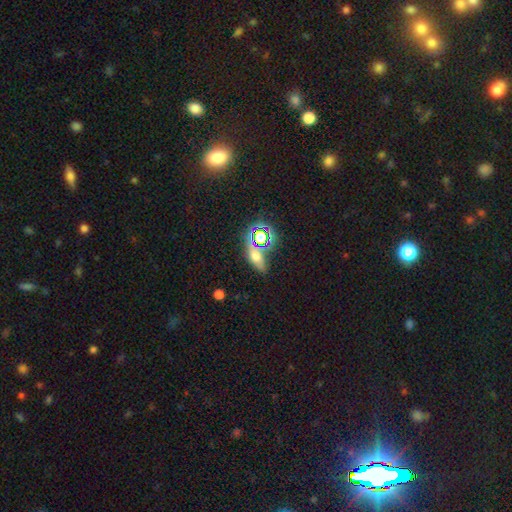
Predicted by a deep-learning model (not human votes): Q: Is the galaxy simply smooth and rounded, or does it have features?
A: smooth — 52%.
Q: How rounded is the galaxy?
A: in between — 65%.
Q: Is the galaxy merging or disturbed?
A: none — 66%.